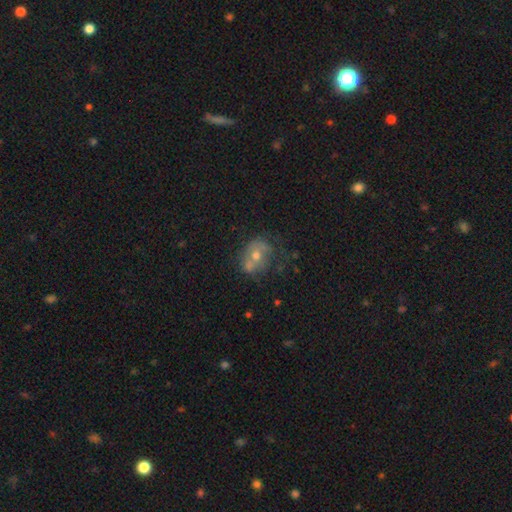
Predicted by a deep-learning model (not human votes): Overall: smooth (43%; featured or disk 41%). Merging: none (39%; merger 31%).